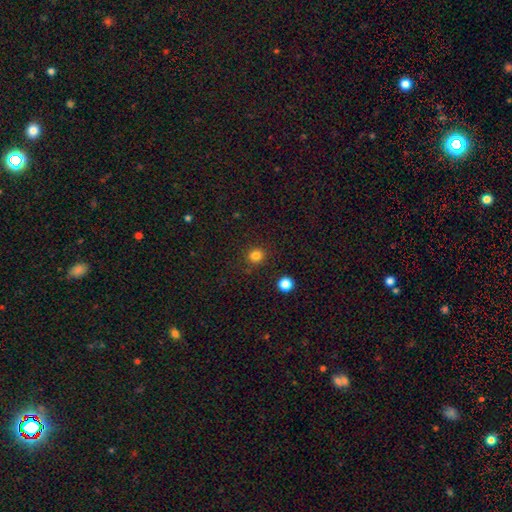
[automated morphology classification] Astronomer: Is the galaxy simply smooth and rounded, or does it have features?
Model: smooth — 82%.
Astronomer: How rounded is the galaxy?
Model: round — 88%.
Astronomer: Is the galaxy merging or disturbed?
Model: none — 88%.